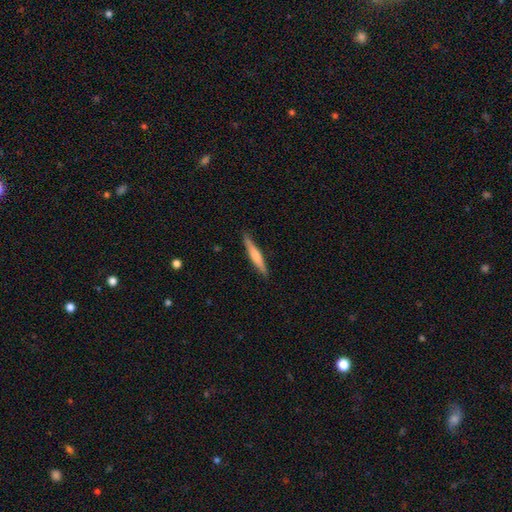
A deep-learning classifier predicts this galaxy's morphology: Overall: smooth (56%; featured or disk 39%). How rounded: cigar-shaped (92%). Merging: none (89%).